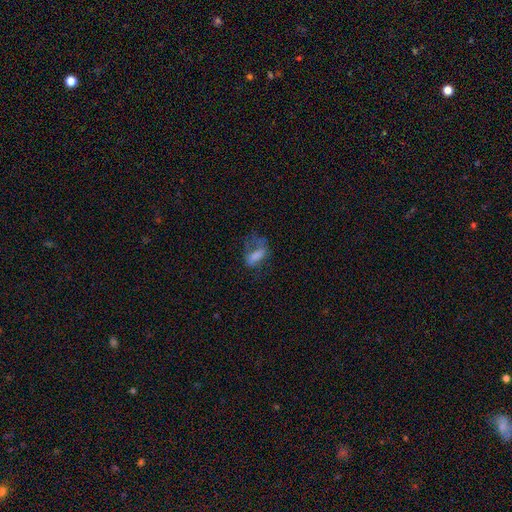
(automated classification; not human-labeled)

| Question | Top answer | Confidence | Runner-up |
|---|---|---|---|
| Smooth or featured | smooth | 49% | featured or disk (33%) |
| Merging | none | 38% | major disturbance (37%) |